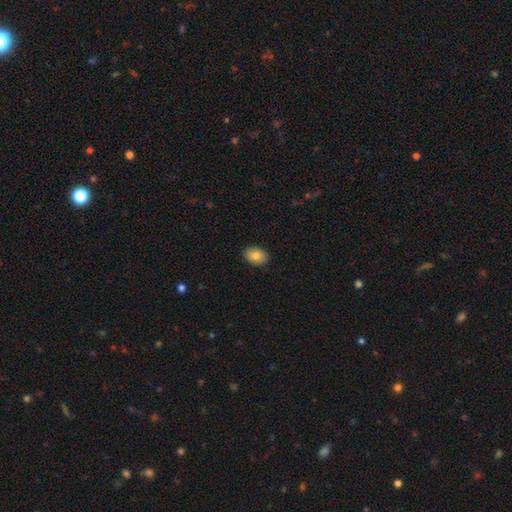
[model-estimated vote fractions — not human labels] Morphology: type=smooth (80%); roundness=in between (78%); merging=none (89%).